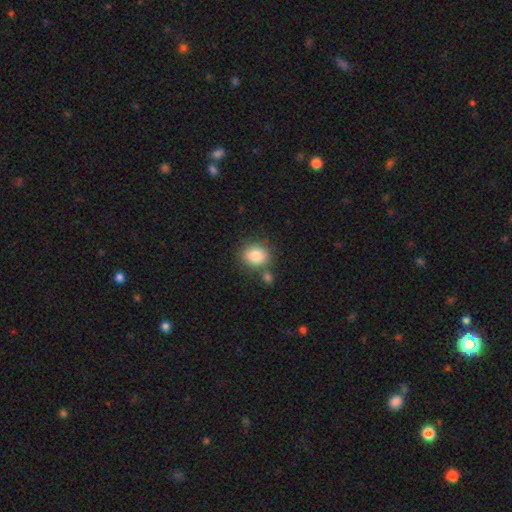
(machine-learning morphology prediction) A smooth galaxy with no disk features (85%) that is round (65%). Merging: none (68%).